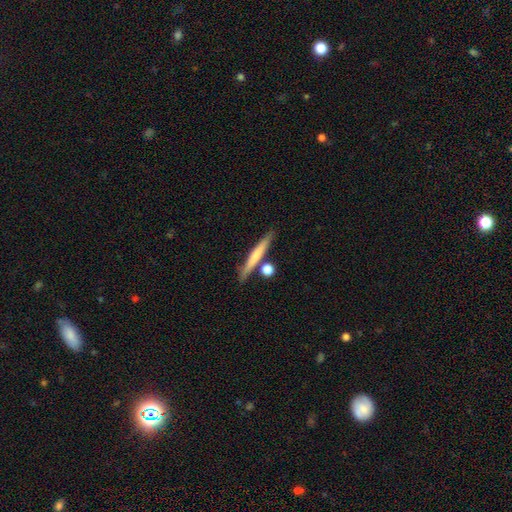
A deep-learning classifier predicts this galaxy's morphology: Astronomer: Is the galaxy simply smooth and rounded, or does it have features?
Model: smooth — 61%.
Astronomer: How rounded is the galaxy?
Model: cigar-shaped — 92%.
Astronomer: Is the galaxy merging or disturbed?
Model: none — 75%.